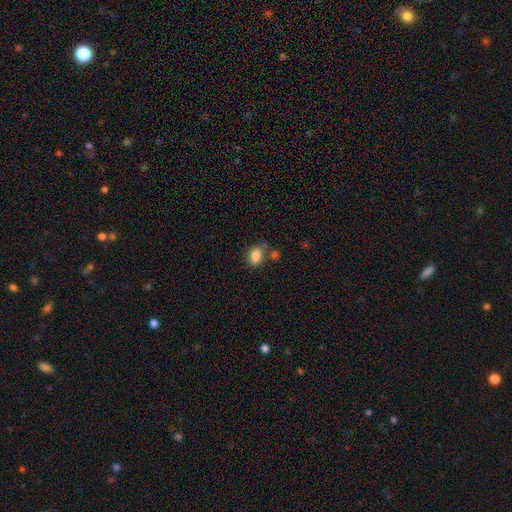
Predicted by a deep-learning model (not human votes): This is clearly a smooth galaxy (85%). How rounded: likely in between (71%). Merging: possibly none (59%).